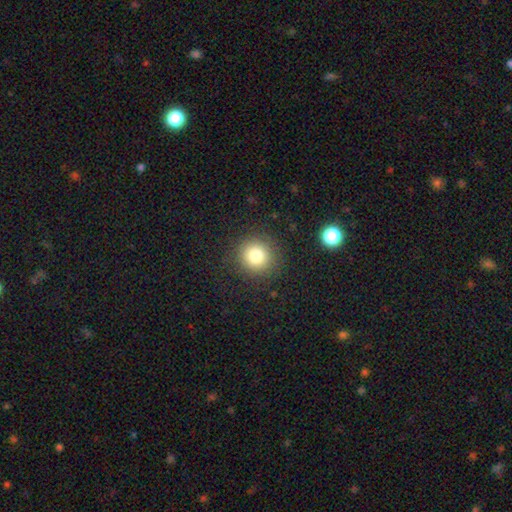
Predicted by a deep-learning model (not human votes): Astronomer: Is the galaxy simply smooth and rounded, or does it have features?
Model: smooth — 80%.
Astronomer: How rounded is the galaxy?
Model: round — 93%.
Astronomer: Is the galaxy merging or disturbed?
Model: none — 89%.